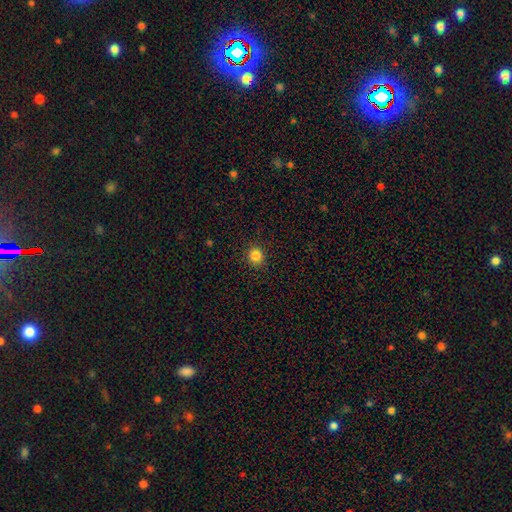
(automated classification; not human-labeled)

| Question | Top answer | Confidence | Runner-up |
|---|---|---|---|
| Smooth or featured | smooth | 85% | star or artifact (12%) |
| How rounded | round | 90% | in between (9%) |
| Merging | none | 91% | minor disturbance (6%) |